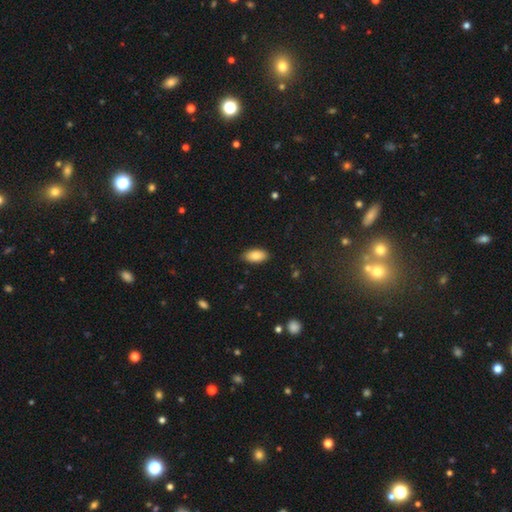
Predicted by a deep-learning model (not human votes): A smooth galaxy with no disk features (86%) that is in between round and cigar-shaped (93%).

Vote fractions:
- Smooth or featured? smooth: 86% / featured or disk: 7% / star or artifact: 7%
- How rounded? in between: 93% / cigar-shaped: 4% / round: 3%
- Merging? none: 86% / minor disturbance: 11% / major disturbance: 2% / merger: 1%